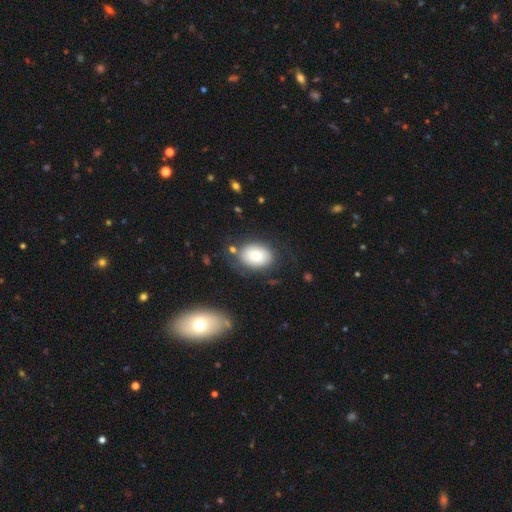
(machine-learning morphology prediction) smooth-or-featured: smooth: 80% | featured or disk: 13% | star or artifact: 7%
  how-rounded: in between: 82% | round: 17% | cigar-shaped: 1%
  merging: none: 67% | minor disturbance: 19% | major disturbance: 9% | merger: 5%